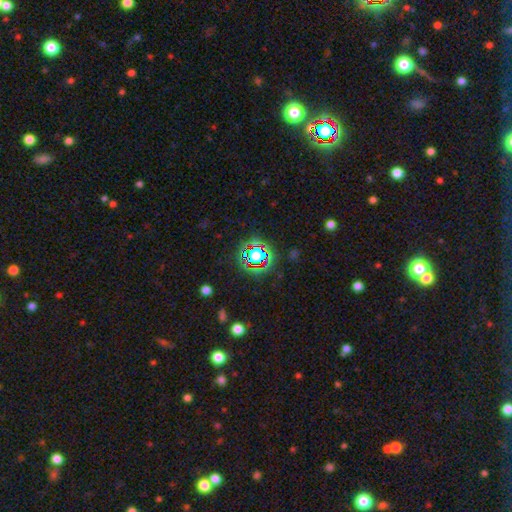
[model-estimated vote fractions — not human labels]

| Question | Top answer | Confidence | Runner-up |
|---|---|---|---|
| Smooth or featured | star or artifact | 65% | smooth (23%) |